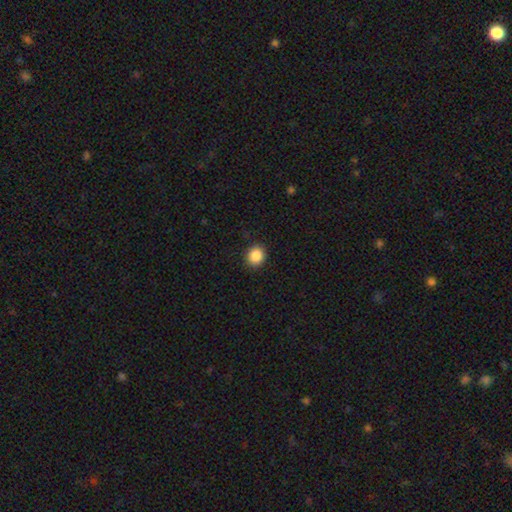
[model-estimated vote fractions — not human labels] The model was most divided on "how rounded": round: 77%, in between: 22%, cigar-shaped: 1%. More confident: merging — none (90%); smooth or featured — smooth (87%).